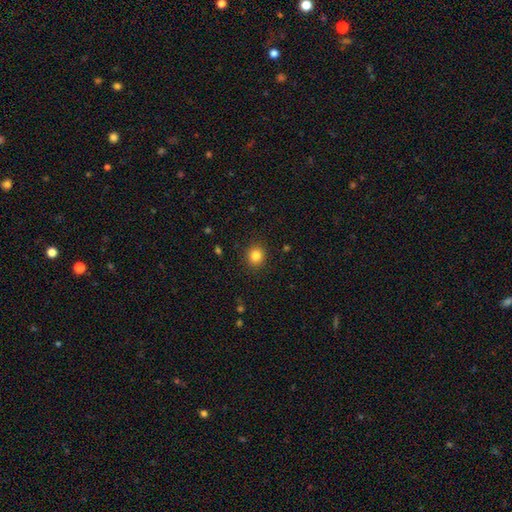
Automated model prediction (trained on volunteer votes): Morphology: type=smooth (83%); roundness=round (86%); merging=none (91%).